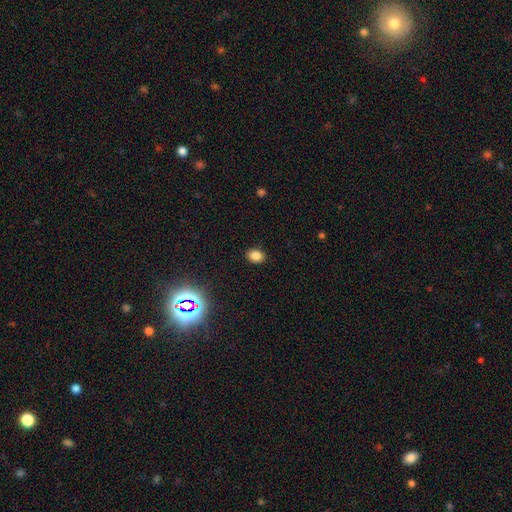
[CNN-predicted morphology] This is clearly a smooth galaxy (83%). How rounded: likely in between (72%). Merging: clearly none (89%).